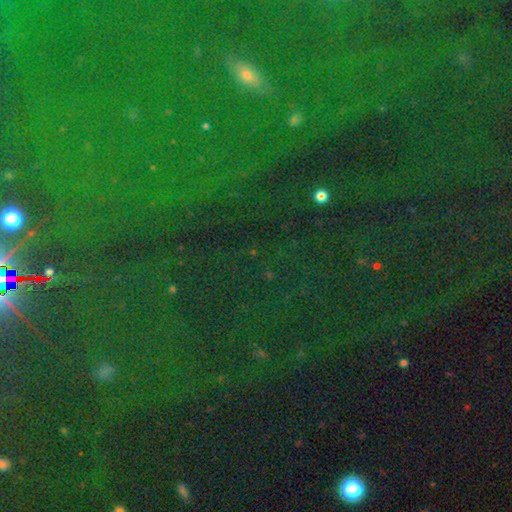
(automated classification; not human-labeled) A star or artifact, not a galaxy (79%).

Vote fractions:
- Smooth or featured? star or artifact: 79% / smooth: 12% / featured or disk: 9%